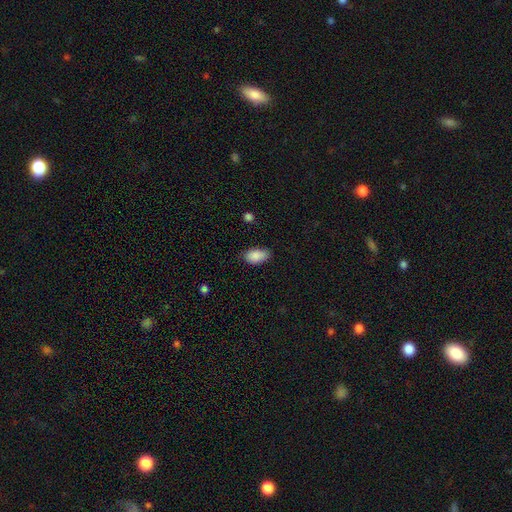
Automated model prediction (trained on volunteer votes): Morphology: type=smooth (88%); roundness=in between (93%); merging=none (74%).